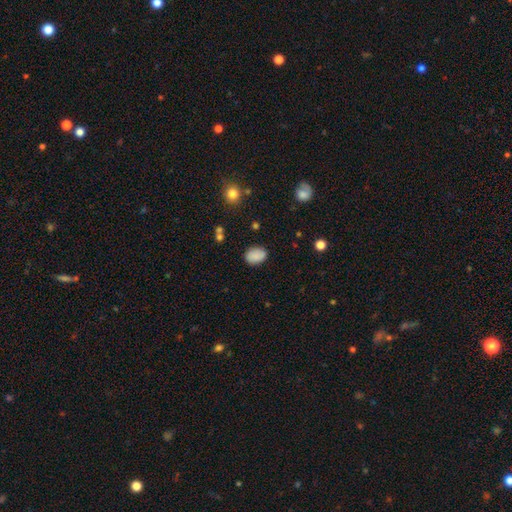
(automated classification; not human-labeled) Q: Smooth or featured?
A: smooth (85%); runner-up: star or artifact (9%)
Q: How rounded?
A: in between (77%); runner-up: round (21%)
Q: Merging?
A: none (80%); runner-up: minor disturbance (14%)